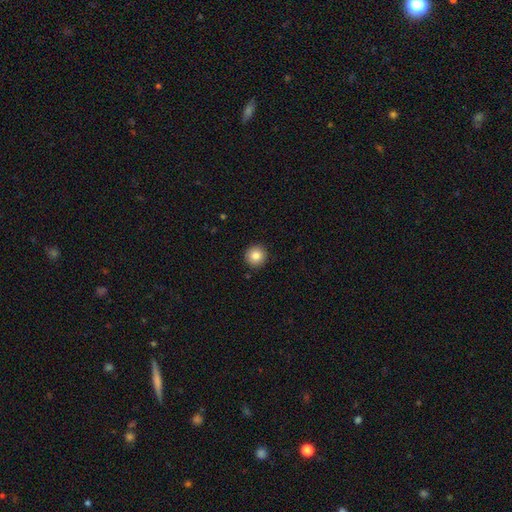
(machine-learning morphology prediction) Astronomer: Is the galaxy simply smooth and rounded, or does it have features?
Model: smooth — 84%.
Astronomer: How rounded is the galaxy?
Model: round — 95%.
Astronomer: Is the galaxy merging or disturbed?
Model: none — 92%.